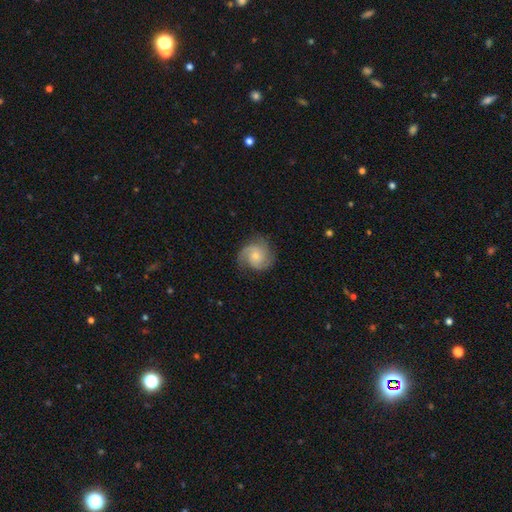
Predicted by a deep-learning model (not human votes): A featured or disk galaxy (80%) with no bar (74%), 3 (40%) medium (46%) spiral arms (97%) and a small central bulge (55%).

Vote fractions:
- Smooth or featured? featured or disk: 80% / smooth: 14% / star or artifact: 6%
- Edge-on disk? no: 98% / yes: 2%
- Bar? no: 74% / weak: 22% / strong: 3%
- Spiral arms? yes: 97% / no: 3%
- Spiral winding? medium: 46% / tight: 42% / loose: 13%
- Spiral arm count? 3: 40% / 2: 39% / can't tell: 10% / 4: 4% / 1: 4% / more than 4: 3%
- Bulge size? small: 55% / moderate: 40% / none: 3% / large: 2% / dominant: 1%
- Merging? none: 76% / minor disturbance: 17% / major disturbance: 6% / merger: 1%